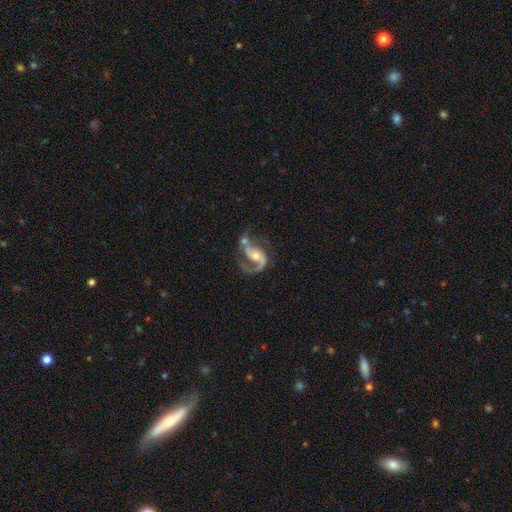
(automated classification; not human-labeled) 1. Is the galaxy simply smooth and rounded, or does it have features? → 88% featured or disk, 7% smooth, 6% star or artifact.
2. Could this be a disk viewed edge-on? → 98% no, 2% yes.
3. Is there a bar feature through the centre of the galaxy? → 49% no, 36% weak, 15% strong.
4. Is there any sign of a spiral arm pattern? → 96% yes, 4% no.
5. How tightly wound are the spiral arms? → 48% medium, 39% loose, 13% tight.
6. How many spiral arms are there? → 70% 2, 24% 1, 3% can't tell, 1% 3, 1% 4, 1% more than 4.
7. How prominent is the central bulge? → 51% moderate, 39% small, 5% large, 4% none, 1% dominant.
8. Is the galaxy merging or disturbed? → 41% none, 23% major disturbance, 20% merger, 16% minor disturbance.